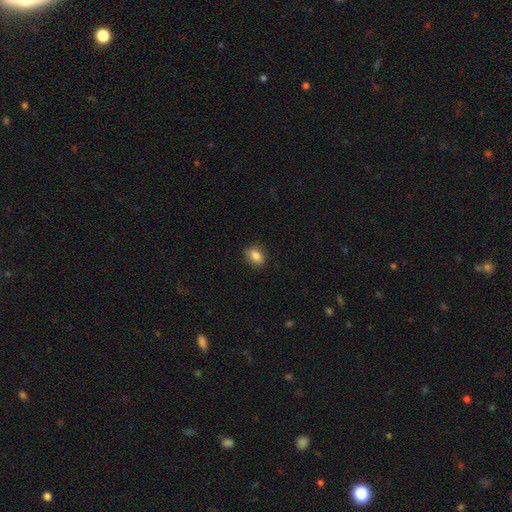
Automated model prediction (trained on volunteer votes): The model was most divided on "how rounded": in between: 71%, round: 27%, cigar-shaped: 2%. More confident: smooth or featured — smooth (85%); merging — none (84%).